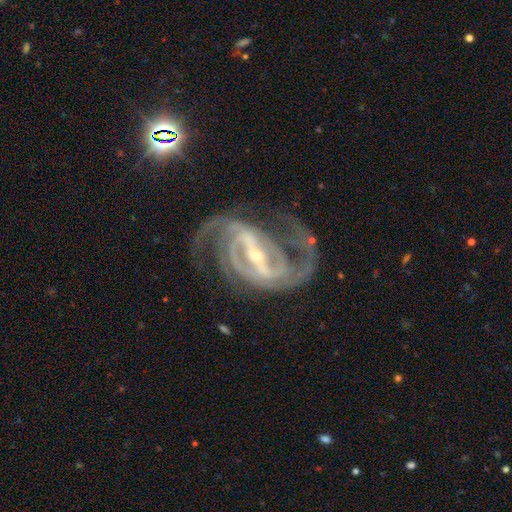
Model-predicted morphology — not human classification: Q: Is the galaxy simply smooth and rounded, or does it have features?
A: featured or disk — 92%.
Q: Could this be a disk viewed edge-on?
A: no — 97%.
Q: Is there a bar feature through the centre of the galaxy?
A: strong — 76%.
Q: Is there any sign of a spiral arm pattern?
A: yes — 98%.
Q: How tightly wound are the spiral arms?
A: medium — 54%.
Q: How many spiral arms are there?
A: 2 — 54%.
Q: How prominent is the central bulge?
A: small — 68%.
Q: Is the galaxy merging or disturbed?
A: none — 64%.